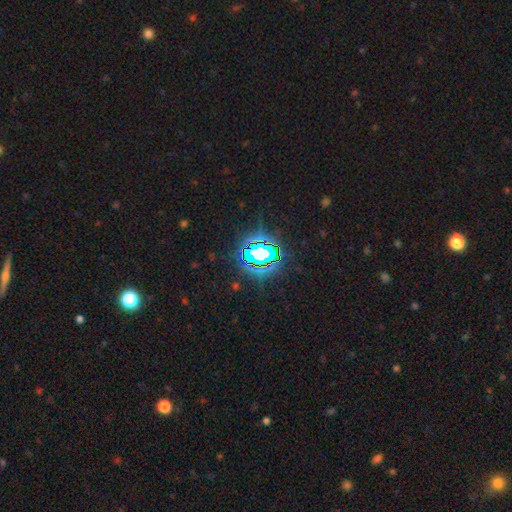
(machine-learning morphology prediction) Q: Smooth or featured?
A: star or artifact (82%); runner-up: smooth (11%)